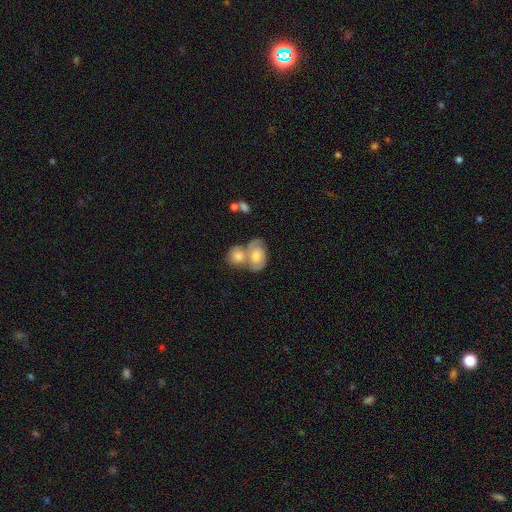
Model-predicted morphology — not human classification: Overall: smooth (50%; featured or disk 41%). How rounded: in between (73%). Merging: merger (61%; none 23%).